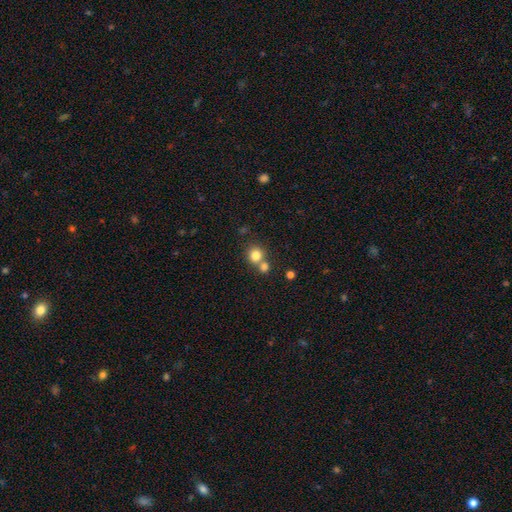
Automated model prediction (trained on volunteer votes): smooth-or-featured: smooth: 81% | star or artifact: 12% | featured or disk: 8%
  how-rounded: round: 88% | in between: 11% | cigar-shaped: 1%
  merging: none: 54% | merger: 36% | minor disturbance: 7% | major disturbance: 3%